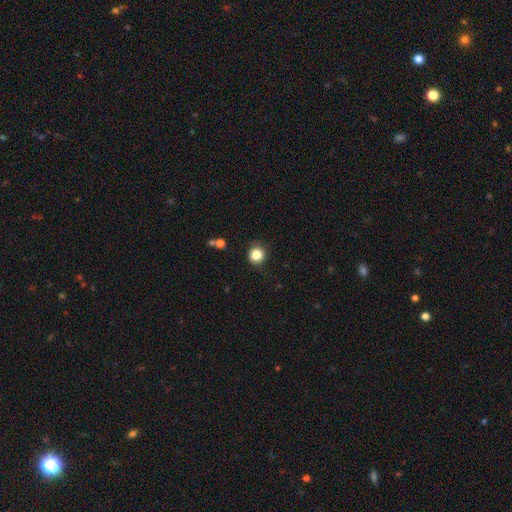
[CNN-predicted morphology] smooth-or-featured: smooth: 84% | star or artifact: 11% | featured or disk: 5%
  how-rounded: round: 88% | in between: 11% | cigar-shaped: 1%
  merging: none: 82% | minor disturbance: 13% | major disturbance: 4% | merger: 2%